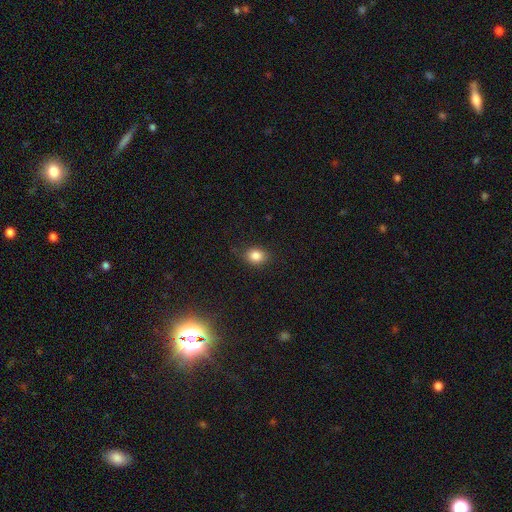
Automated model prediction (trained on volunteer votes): Smooth or featured? smooth (84%)
How rounded? round (51%)
Merging? none (80%)